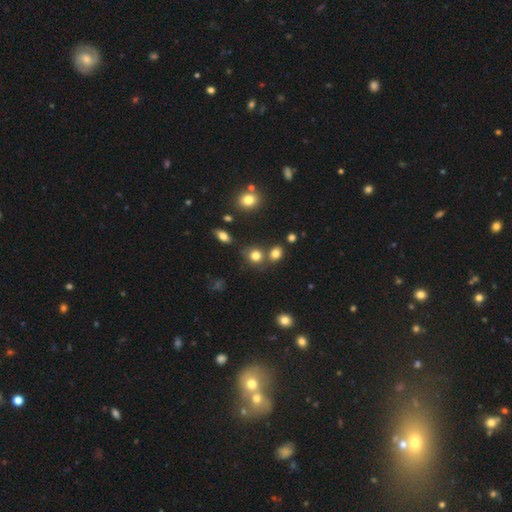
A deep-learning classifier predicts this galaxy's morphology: smooth_or_featured: smooth (p=0.78) [alt: star or artifact p=0.14]
how_rounded: round (p=0.77) [alt: in between p=0.21]
merging: none (p=0.64) [alt: merger p=0.21]